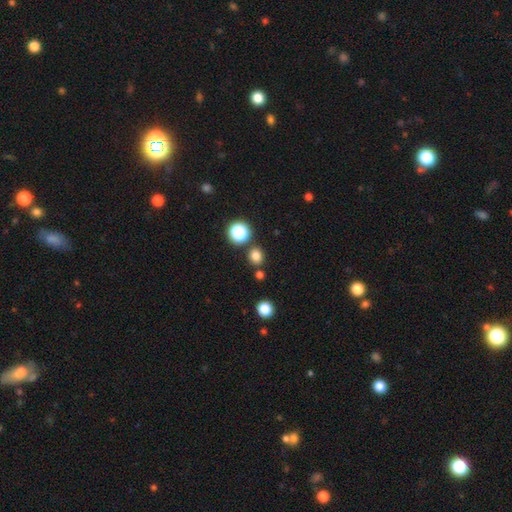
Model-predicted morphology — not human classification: Overall: smooth (78%). How rounded: round (76%). Merging: none (81%).